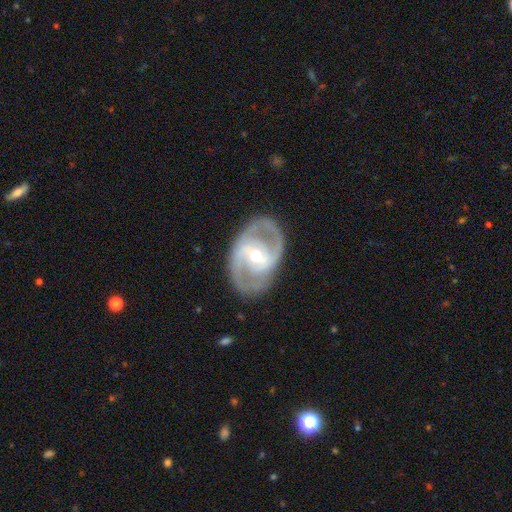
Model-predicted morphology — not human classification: Q: Smooth or featured?
A: featured or disk (87%); runner-up: smooth (8%)
Q: Edge-on disk?
A: no (96%); runner-up: yes (4%)
Q: Bar?
A: weak (42%); runner-up: no (30%)
Q: Spiral arms?
A: yes (91%); runner-up: no (9%)
Q: Spiral winding?
A: medium (53%); runner-up: tight (32%)
Q: Spiral arm count?
A: 2 (86%); runner-up: can't tell (6%)
Q: Bulge size?
A: moderate (55%); runner-up: small (40%)
Q: Merging?
A: none (81%); runner-up: minor disturbance (12%)